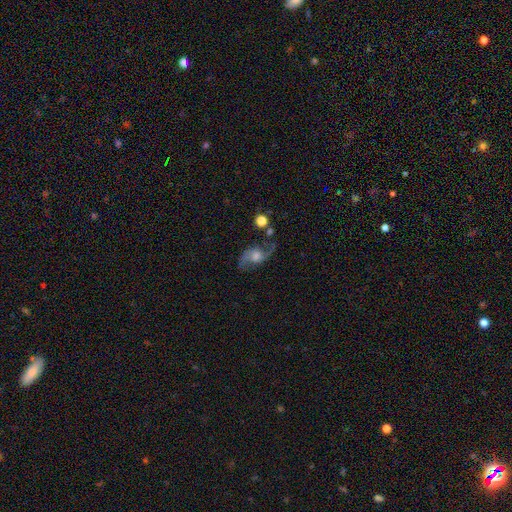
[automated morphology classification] The model was most divided on "bulge size": moderate: 56%, small: 25%, large: 12%, none: 5%, dominant: 2%. More confident: edge-on disk — no (96%); spiral arms — yes (95%); spiral arm count — 2 (92%); smooth or featured — featured or disk (82%); merging — none (69%); spiral winding — loose (66%); bar — no (66%).